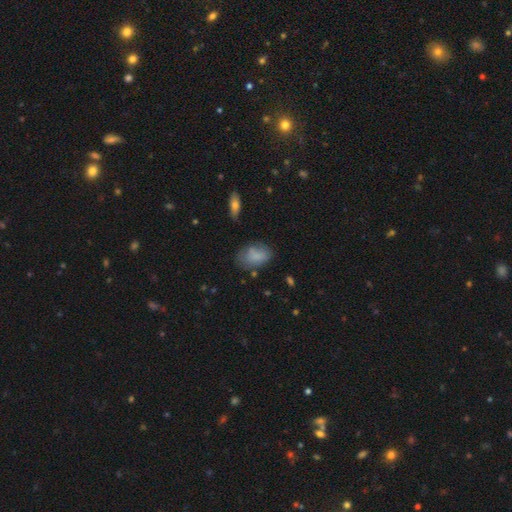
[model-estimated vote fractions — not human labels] Smooth or featured: smooth — 78% (featured or disk — 14%)
How rounded: in between — 87% (round — 11%)
Merging: none — 60% (minor disturbance — 27%)